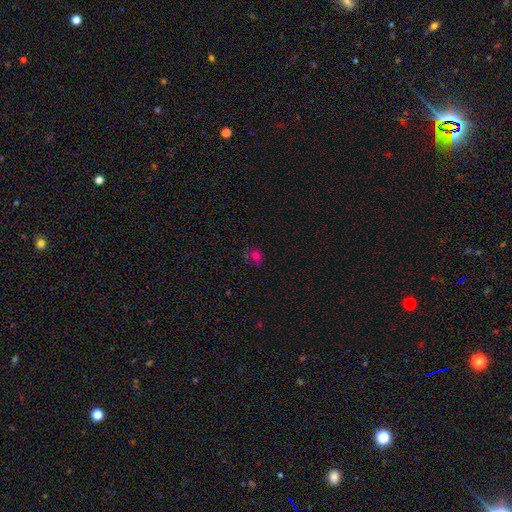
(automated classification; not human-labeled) Overall: smooth (68%). How rounded: round (71%). Merging: none (63%; minor disturbance 23%).